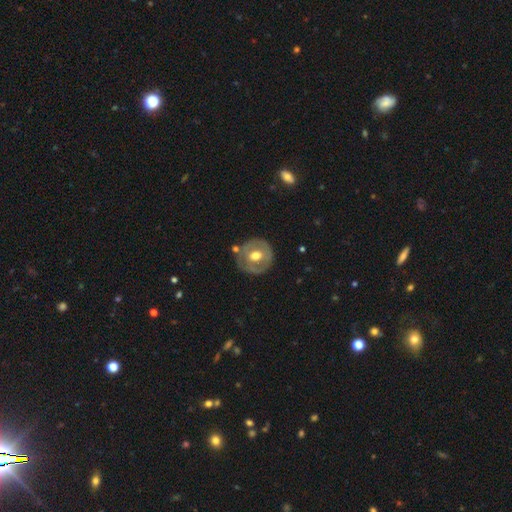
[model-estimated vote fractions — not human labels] smooth-or-featured: featured or disk: 52% | smooth: 42% | star or artifact: 6%
  disk-edge-on: no: 95% | yes: 5%
  merging: none: 76% | minor disturbance: 15% | major disturbance: 5% | merger: 5%